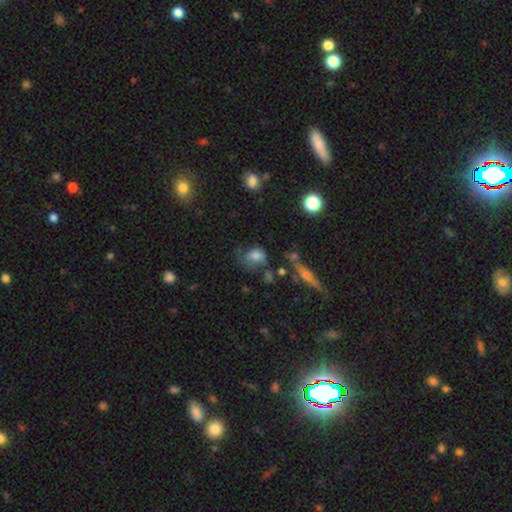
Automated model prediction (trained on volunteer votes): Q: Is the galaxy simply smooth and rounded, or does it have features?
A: smooth — 70%.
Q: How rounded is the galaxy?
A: in between — 59%.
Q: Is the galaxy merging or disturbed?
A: none — 40%.